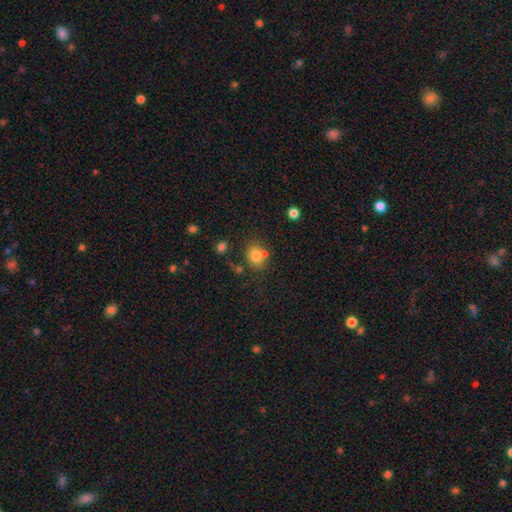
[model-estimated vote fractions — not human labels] Q: Smooth or featured?
A: smooth (78%); runner-up: star or artifact (12%)
Q: How rounded?
A: round (57%); runner-up: in between (42%)
Q: Merging?
A: none (61%); runner-up: merger (21%)